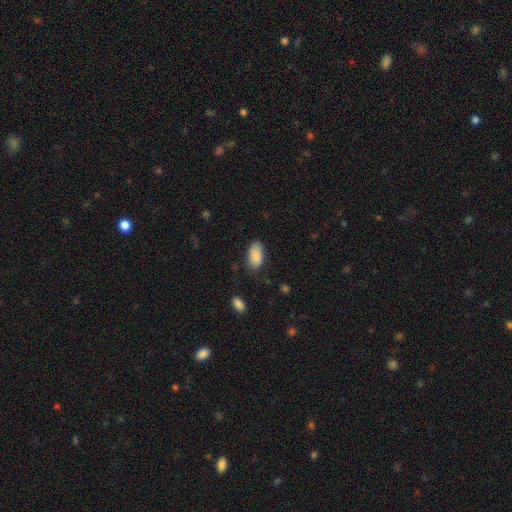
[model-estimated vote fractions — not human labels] Overall: smooth (89%). How rounded: in between (94%). Merging: none (74%).